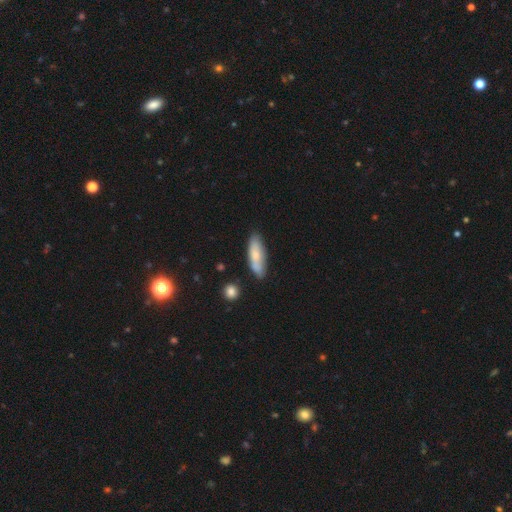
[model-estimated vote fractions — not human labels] smooth 70%, featured or disk 25%, star or artifact 6%. Down the decision tree: how rounded — in between (57%); merging — none (72%).